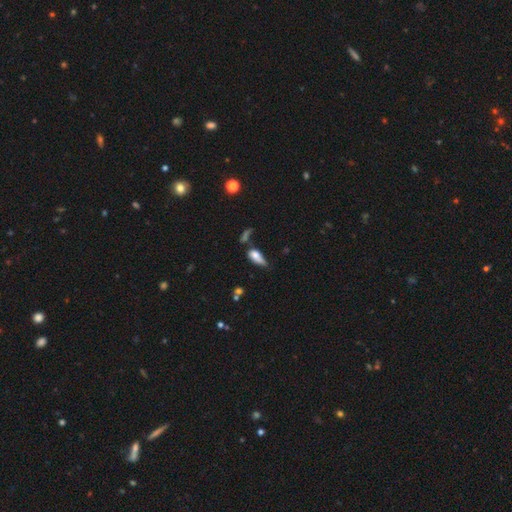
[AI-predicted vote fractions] smooth 71%, featured or disk 20%, star or artifact 9%. Down the decision tree: how rounded — in between (80%); merging — none (33%).